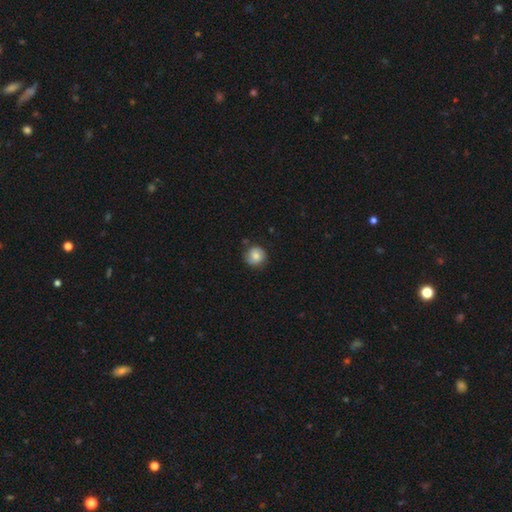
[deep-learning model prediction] Smooth or featured: smooth — 74% (featured or disk — 17%)
How rounded: round — 91% (in between — 8%)
Merging: none — 78% (minor disturbance — 16%)